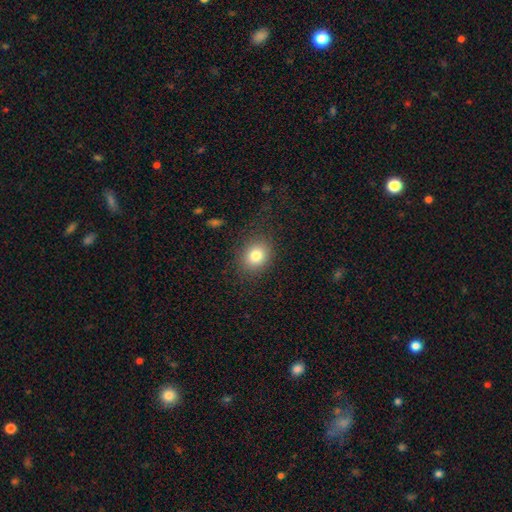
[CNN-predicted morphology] Smooth or featured: smooth — 81% (star or artifact — 11%)
How rounded: round — 58% (in between — 42%)
Merging: none — 83% (minor disturbance — 11%)